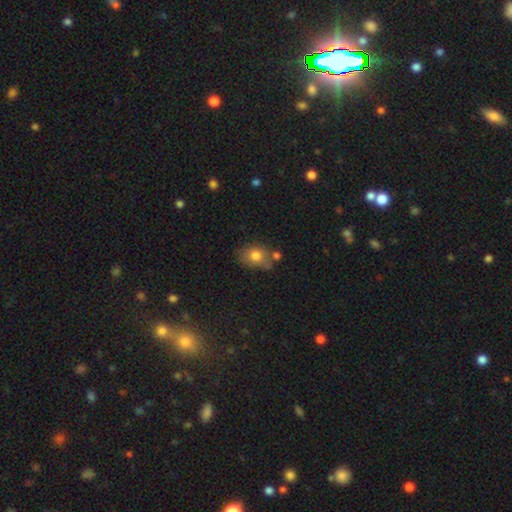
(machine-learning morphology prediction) A smooth galaxy with no disk features (77%) that is in between round and cigar-shaped (59%).

Vote fractions:
- Smooth or featured? smooth: 77% / featured or disk: 13% / star or artifact: 10%
- How rounded? in between: 59% / round: 40% / cigar-shaped: 1%
- Merging? none: 58% / minor disturbance: 22% / merger: 14% / major disturbance: 6%